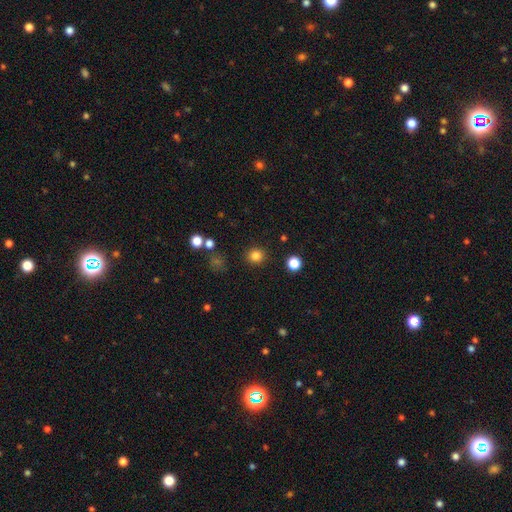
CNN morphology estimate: smooth 83%, star or artifact 13%, featured or disk 4%. Down the decision tree: how rounded — round (90%); merging — none (90%).